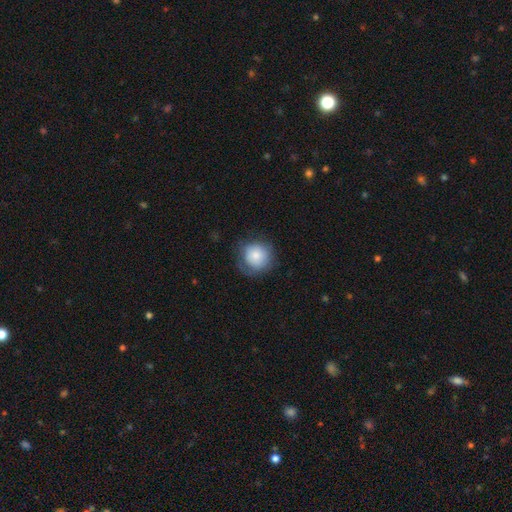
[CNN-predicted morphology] The model was most divided on "merging": none: 68%, minor disturbance: 22%, major disturbance: 9%, merger: 1%. More confident: how rounded — round (91%); smooth or featured — smooth (80%).